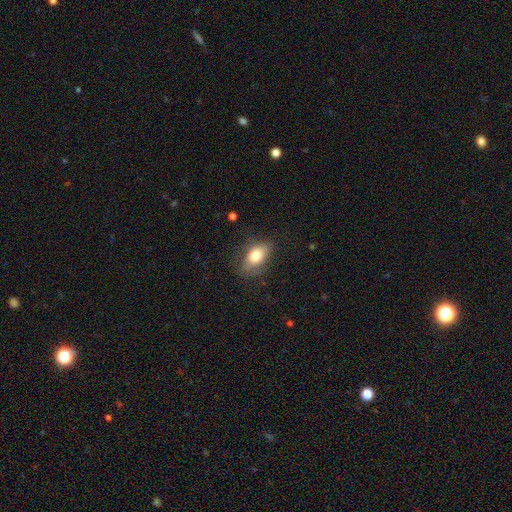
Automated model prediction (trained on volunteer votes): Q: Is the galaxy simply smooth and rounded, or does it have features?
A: smooth — 77%.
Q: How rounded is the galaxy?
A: in between — 88%.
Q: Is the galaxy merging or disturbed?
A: none — 66%.